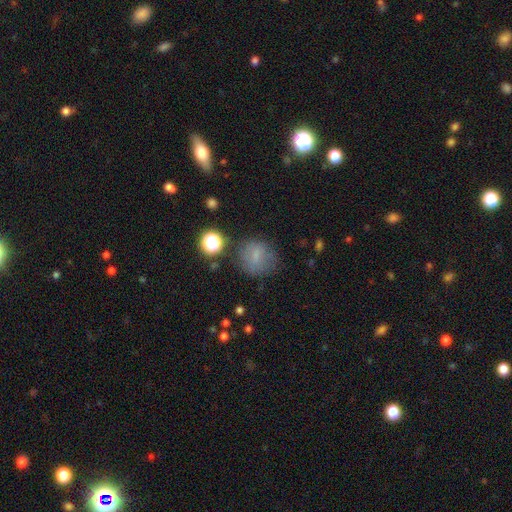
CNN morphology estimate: Overall: smooth (71%). How rounded: round (82%). Merging: none (69%).